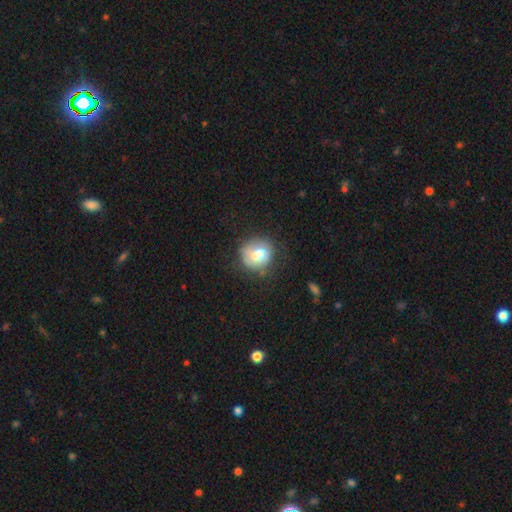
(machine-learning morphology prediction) A smooth galaxy with no disk features (65%) that is round (74%). Merging: none (60%).